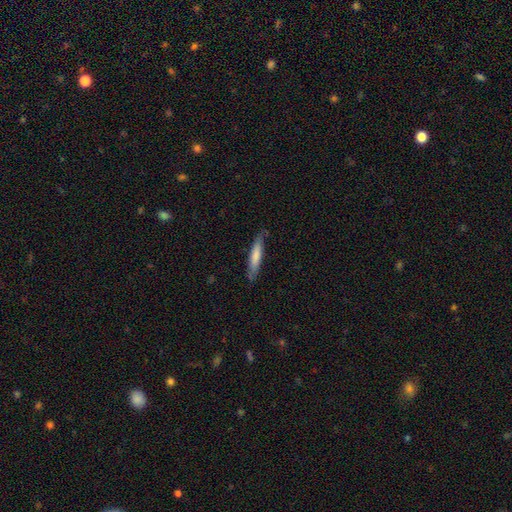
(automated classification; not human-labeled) smooth 73%, featured or disk 22%, star or artifact 5%. Down the decision tree: how rounded — cigar-shaped (89%); merging — none (80%).